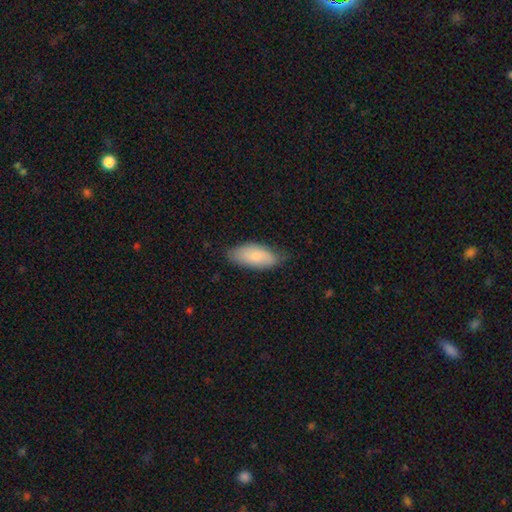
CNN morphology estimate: This appears to be a smooth galaxy with no disk features (80%) that is in between round and cigar-shaped (88%). Merging: none (70%).